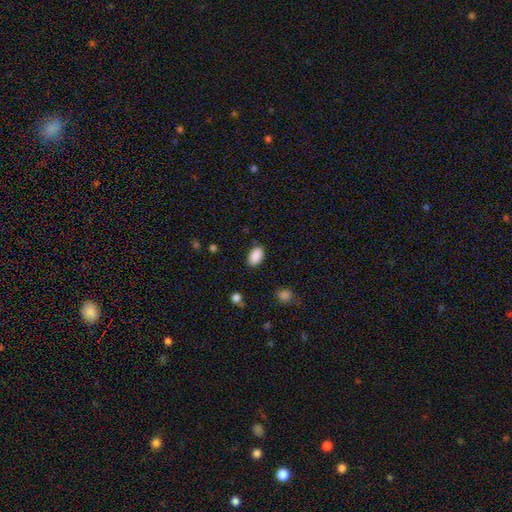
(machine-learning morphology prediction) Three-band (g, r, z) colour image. It shows a smooth galaxy with no disk features (90%) that is in between round and cigar-shaped (92%). Merging: none (84%).